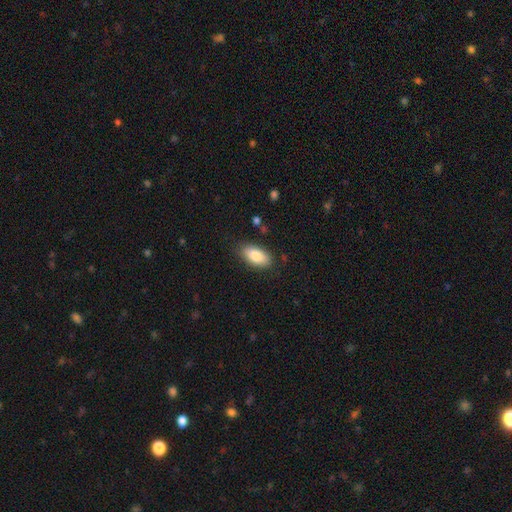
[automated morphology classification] Q: Smooth or featured?
A: smooth (84%); runner-up: featured or disk (9%)
Q: How rounded?
A: in between (92%); runner-up: cigar-shaped (5%)
Q: Merging?
A: none (84%); runner-up: minor disturbance (12%)